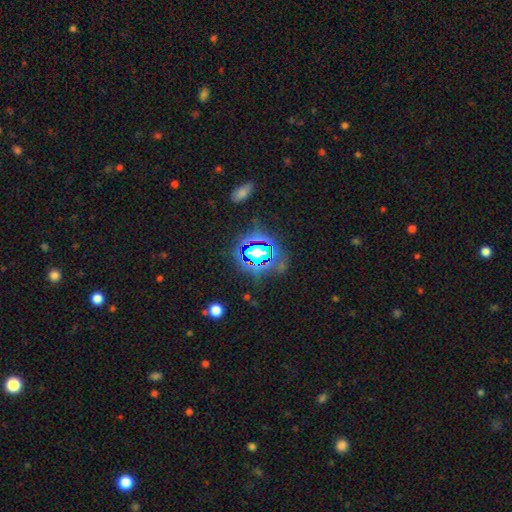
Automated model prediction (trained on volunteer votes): This appears to be a star or artifact, not a galaxy (58%).